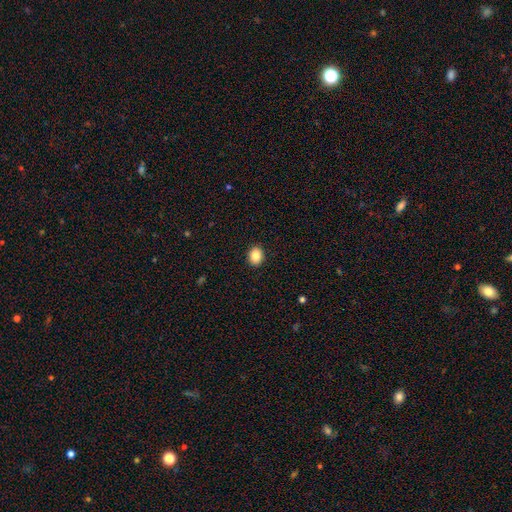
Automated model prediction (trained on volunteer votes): Smooth or featured: smooth — 85% (star or artifact — 9%)
How rounded: round — 57% (in between — 43%)
Merging: none — 91% (minor disturbance — 6%)